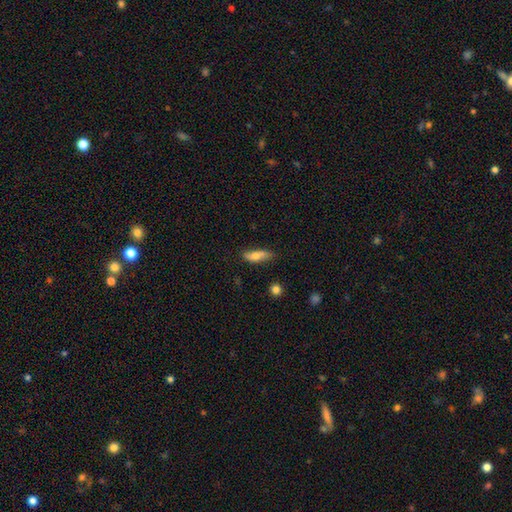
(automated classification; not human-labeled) The model was most divided on "how rounded": in between: 51%, cigar-shaped: 46%, round: 3%. More confident: smooth or featured — smooth (70%); merging — none (70%).